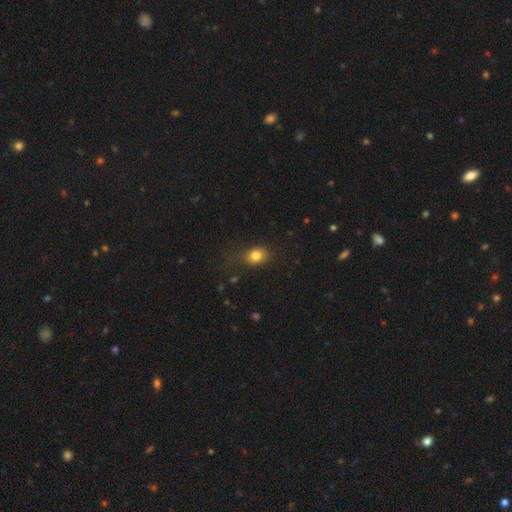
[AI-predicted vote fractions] This appears to be a smooth galaxy with no disk features (80%) that is in between round and cigar-shaped (50%). Merging: none (70%).